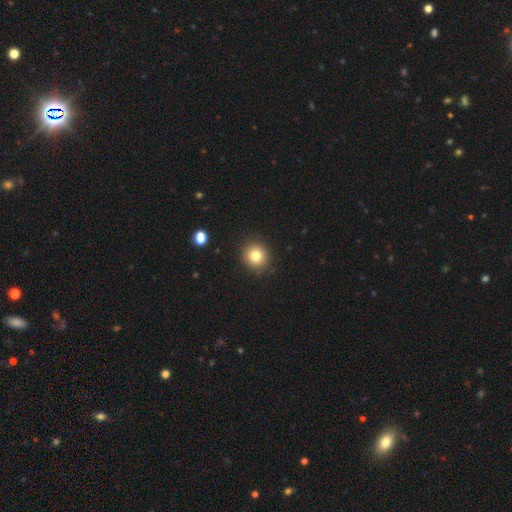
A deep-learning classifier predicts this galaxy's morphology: smooth 81%, star or artifact 11%, featured or disk 8%. Down the decision tree: how rounded — round (89%); merging — none (90%).